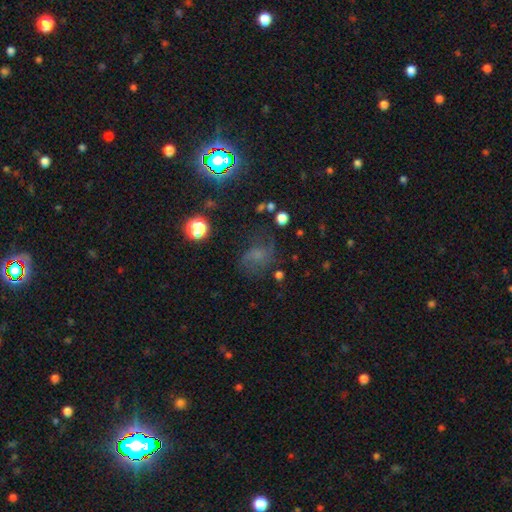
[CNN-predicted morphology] Q: Smooth or featured?
A: featured or disk (41%); runner-up: smooth (32%)
Q: Merging?
A: none (58%); runner-up: minor disturbance (21%)